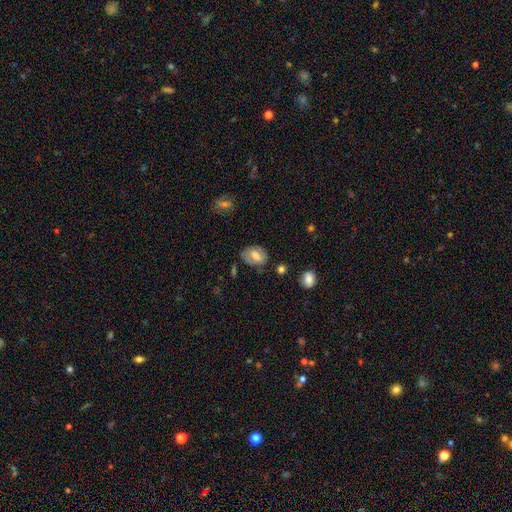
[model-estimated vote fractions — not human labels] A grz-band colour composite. It shows a smooth galaxy with no disk features (59%) that is in between round and cigar-shaped (77%). Merging: none (67%).